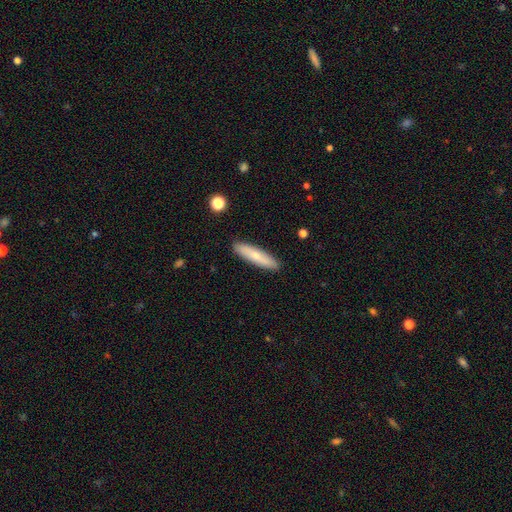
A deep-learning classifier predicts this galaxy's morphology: Smooth or featured? Predicted: smooth (p=0.63). How rounded? Predicted: cigar-shaped (p=0.80). Merging? Predicted: none (p=0.90).